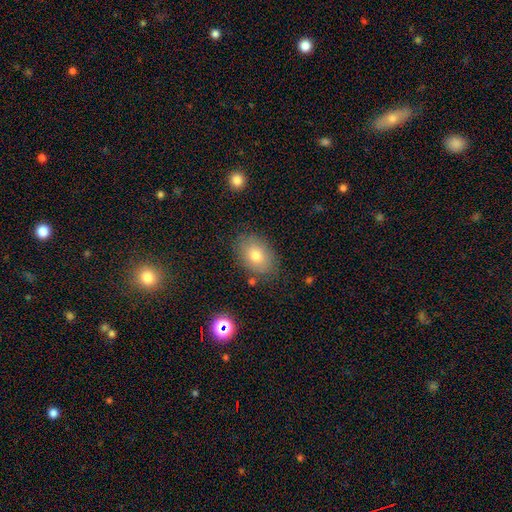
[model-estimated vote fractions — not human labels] Q: Smooth or featured?
A: smooth (75%); runner-up: featured or disk (15%)
Q: How rounded?
A: in between (79%); runner-up: round (20%)
Q: Merging?
A: none (81%); runner-up: minor disturbance (13%)